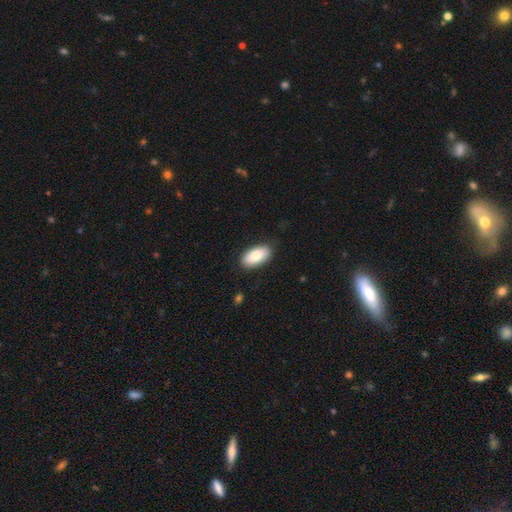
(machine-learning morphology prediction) Q: Smooth or featured?
A: smooth (80%); runner-up: featured or disk (14%)
Q: How rounded?
A: in between (94%); runner-up: cigar-shaped (4%)
Q: Merging?
A: none (86%); runner-up: minor disturbance (11%)